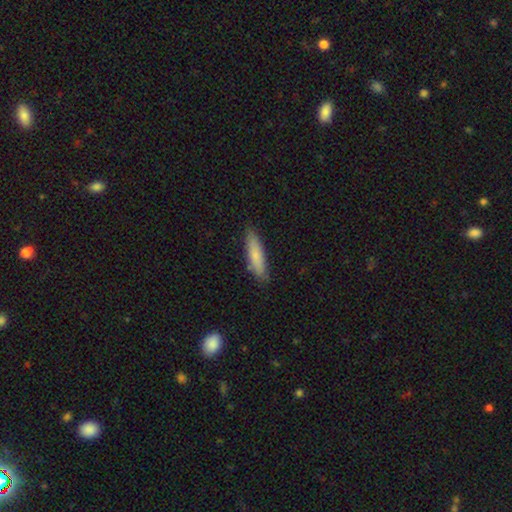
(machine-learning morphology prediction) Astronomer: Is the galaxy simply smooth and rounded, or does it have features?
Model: smooth — 78%.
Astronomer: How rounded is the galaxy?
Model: cigar-shaped — 74%.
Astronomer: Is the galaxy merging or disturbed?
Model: none — 85%.